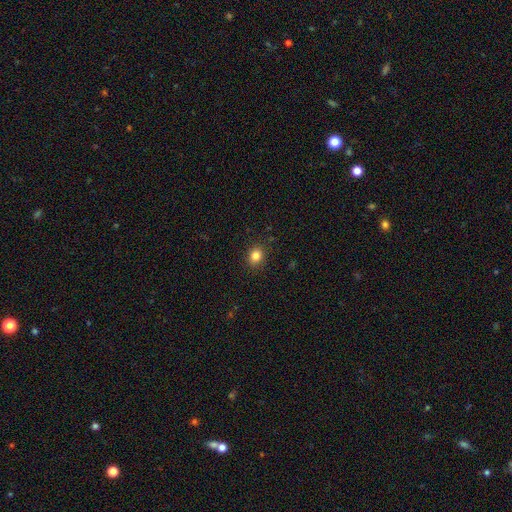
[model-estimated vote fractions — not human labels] Smooth or featured?
  - smooth: 84% *
  - star or artifact: 11%
  - featured or disk: 5%
How rounded?
  - round: 59% *
  - in between: 40%
  - cigar-shaped: 1%
Merging?
  - none: 89% *
  - minor disturbance: 8%
  - major disturbance: 2%
  - merger: 1%